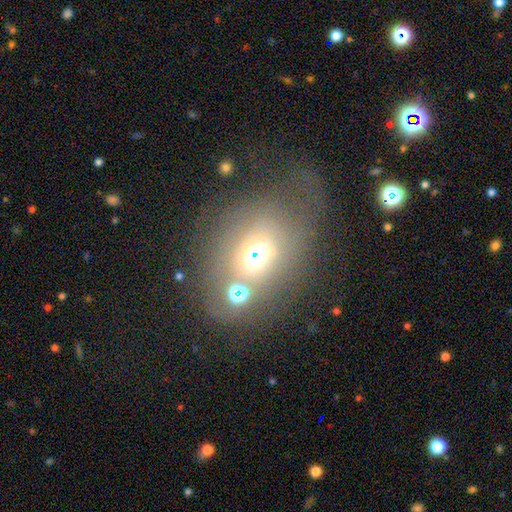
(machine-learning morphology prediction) Q: Smooth or featured?
A: smooth (50%); runner-up: star or artifact (29%)
Q: How rounded?
A: in between (51%); runner-up: round (46%)
Q: Merging?
A: none (45%); runner-up: major disturbance (19%)